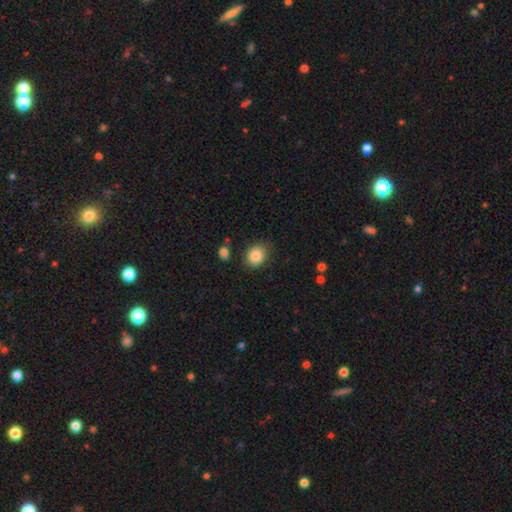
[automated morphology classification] Smooth or featured: smooth — 85% (star or artifact — 8%)
How rounded: round — 52% (in between — 47%)
Merging: none — 80% (minor disturbance — 14%)